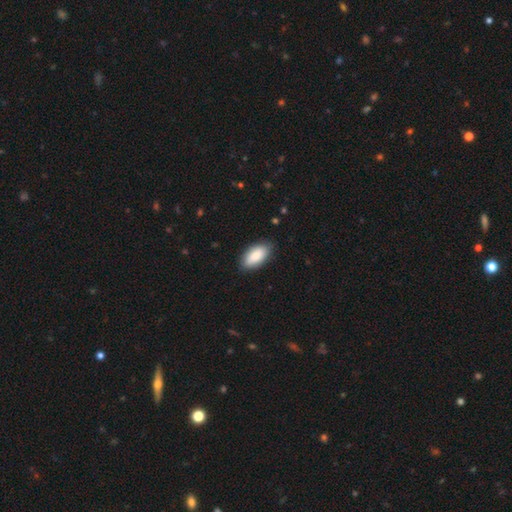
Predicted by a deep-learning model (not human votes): A smooth galaxy with no disk features (87%) that is in between round and cigar-shaped (93%). Merging: none (84%).